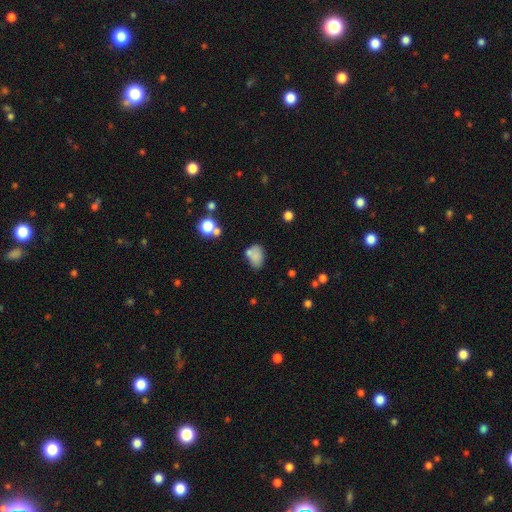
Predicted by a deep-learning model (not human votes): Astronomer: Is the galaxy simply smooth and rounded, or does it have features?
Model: smooth — 76%.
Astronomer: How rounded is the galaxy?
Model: in between — 77%.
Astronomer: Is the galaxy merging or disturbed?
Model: none — 44% (runner-up: minor disturbance, 24%).